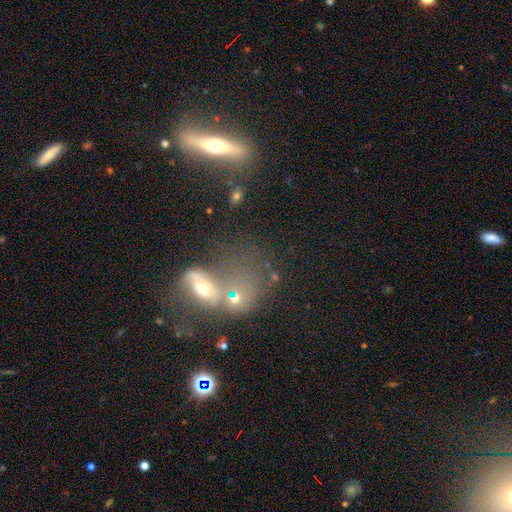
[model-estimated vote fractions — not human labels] Smooth or featured?
  - featured or disk: 41% *
  - smooth: 33%
  - star or artifact: 26%
Merging?
  - merger: 47% *
  - none: 25%
  - major disturbance: 17%
  - minor disturbance: 11%